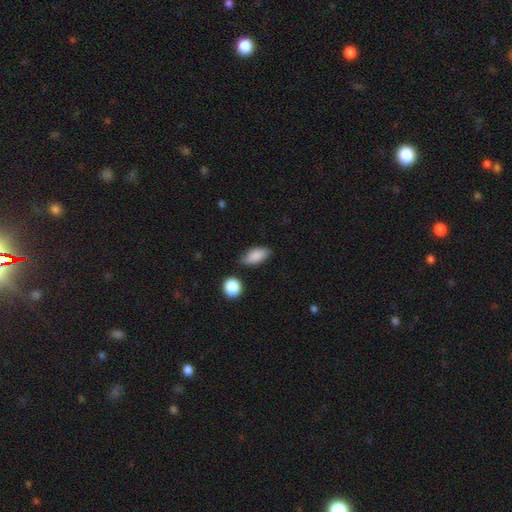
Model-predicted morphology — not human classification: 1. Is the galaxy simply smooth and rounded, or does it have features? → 86% smooth, 7% star or artifact, 7% featured or disk.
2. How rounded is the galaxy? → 90% in between, 7% cigar-shaped, 4% round.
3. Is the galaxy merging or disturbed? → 76% none, 17% minor disturbance, 4% merger, 3% major disturbance.